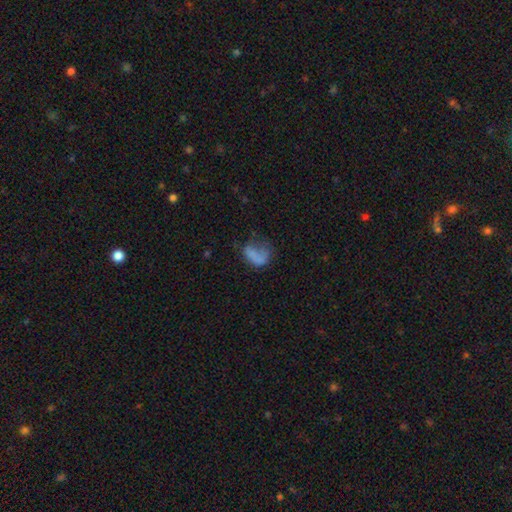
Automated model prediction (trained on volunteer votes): smooth 63%, featured or disk 24%, star or artifact 13%. Down the decision tree: how rounded — in between (72%); merging — major disturbance (44%).